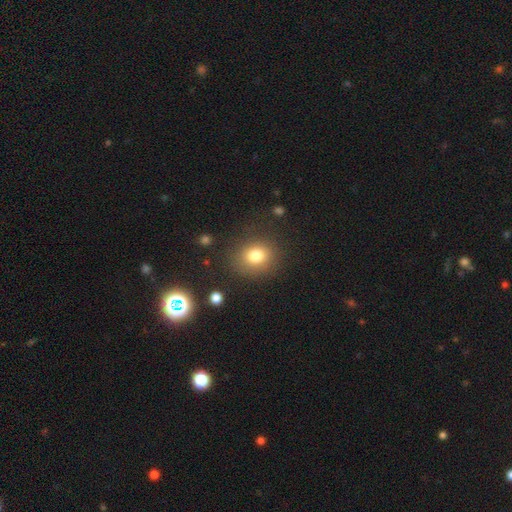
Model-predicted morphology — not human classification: Smooth or featured?
  - smooth: 80% *
  - star or artifact: 12%
  - featured or disk: 9%
How rounded?
  - round: 60% *
  - in between: 39%
  - cigar-shaped: 1%
Merging?
  - none: 81% *
  - minor disturbance: 12%
  - major disturbance: 5%
  - merger: 2%